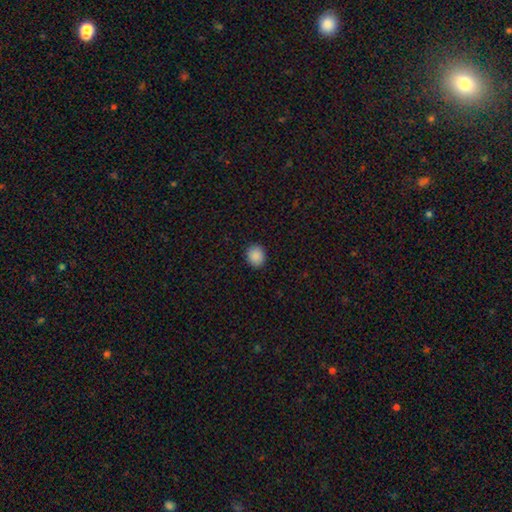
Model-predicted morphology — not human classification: A smooth galaxy with no disk features (89%) that is round (66%).

Vote fractions:
- Smooth or featured? smooth: 89% / star or artifact: 9% / featured or disk: 3%
- How rounded? round: 66% / in between: 33% / cigar-shaped: 1%
- Merging? none: 90% / minor disturbance: 7% / major disturbance: 2% / merger: 1%